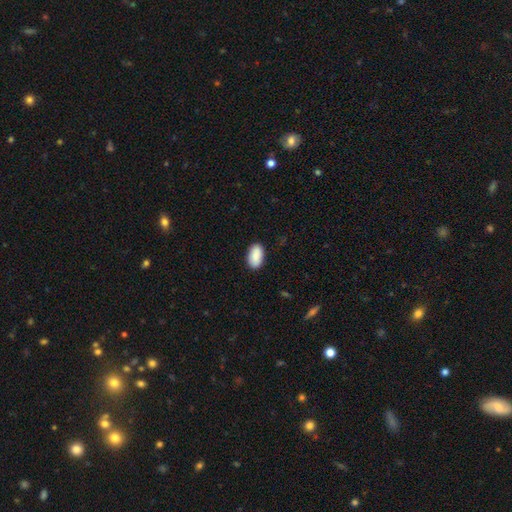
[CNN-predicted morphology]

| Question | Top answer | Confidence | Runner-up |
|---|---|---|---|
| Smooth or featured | smooth | 90% | star or artifact (6%) |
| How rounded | in between | 95% | round (4%) |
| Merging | none | 87% | minor disturbance (10%) |